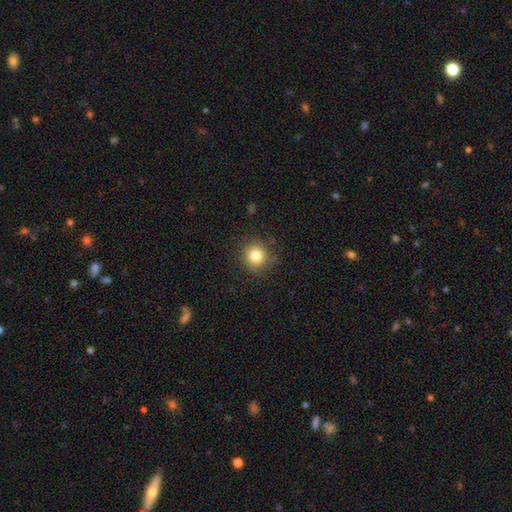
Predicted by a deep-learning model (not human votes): Overall: smooth (82%). How rounded: round (92%). Merging: none (85%).